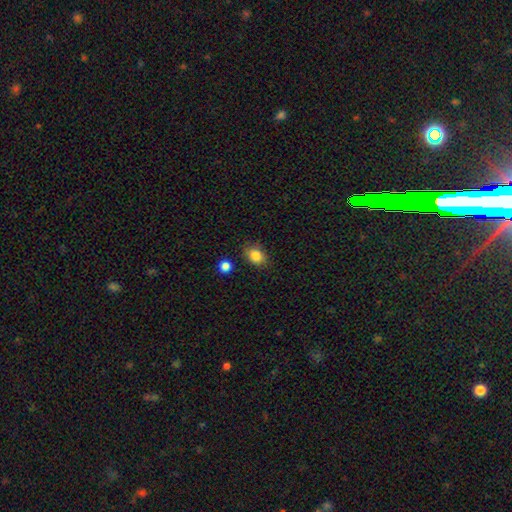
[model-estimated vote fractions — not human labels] Q: Smooth or featured?
A: smooth (85%); runner-up: star or artifact (10%)
Q: How rounded?
A: in between (58%); runner-up: round (41%)
Q: Merging?
A: none (80%); runner-up: minor disturbance (14%)